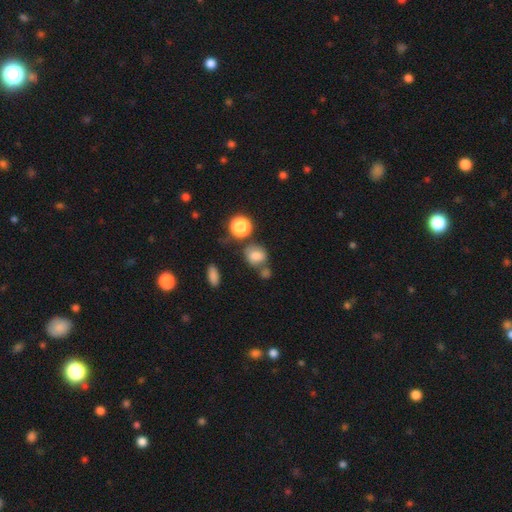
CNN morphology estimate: The model was most divided on "how rounded": round: 57%, in between: 42%, cigar-shaped: 1%. More confident: smooth or featured — smooth (76%); merging — none (54%).